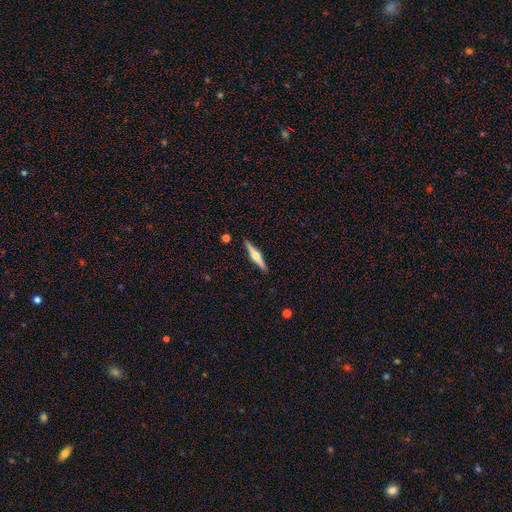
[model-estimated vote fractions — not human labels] Q: Smooth or featured?
A: featured or disk (71%); runner-up: smooth (23%)
Q: Edge-on disk?
A: yes (98%); runner-up: no (2%)
Q: Edge-on bulge?
A: rounded (89%); runner-up: boxy (8%)
Q: Merging?
A: none (91%); runner-up: minor disturbance (6%)